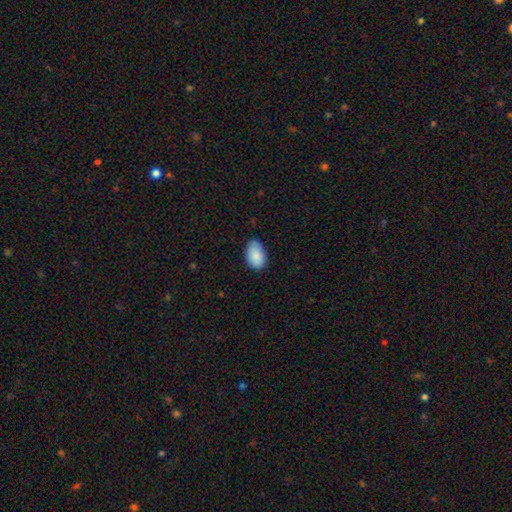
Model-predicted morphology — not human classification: Overall: smooth (88%). How rounded: in between (92%). Merging: none (75%).